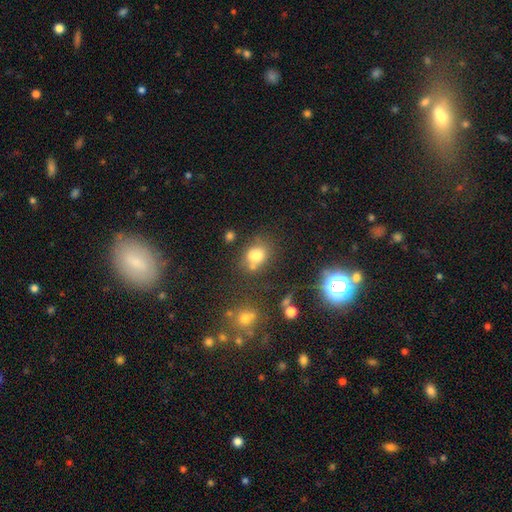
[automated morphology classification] smooth 74%, star or artifact 15%, featured or disk 11%. Down the decision tree: how rounded — round (56%); merging — none (50%).